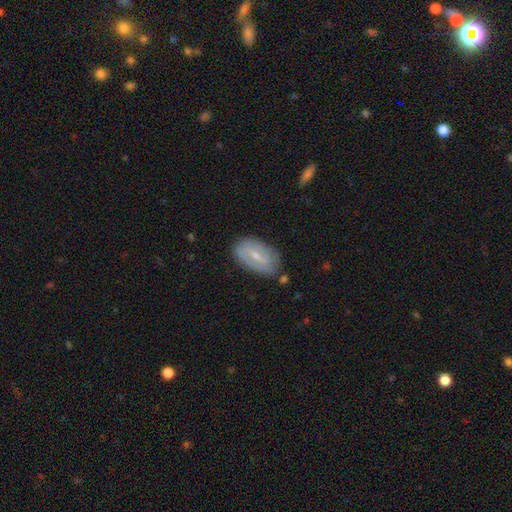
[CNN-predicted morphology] type=featured or disk (55%); edge-on=no (92%); bar=weak (52%); spiral arms=yes (60%); bulge=small (60%); merging=none (75%).